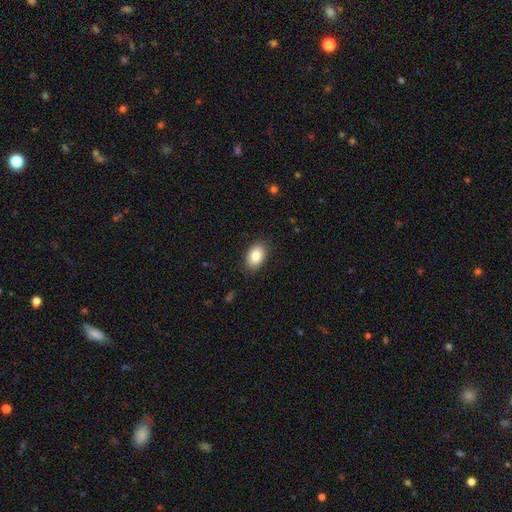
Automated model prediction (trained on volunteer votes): This appears to be a smooth galaxy with no disk features (85%) that is in between round and cigar-shaped (90%). Merging: none (87%).